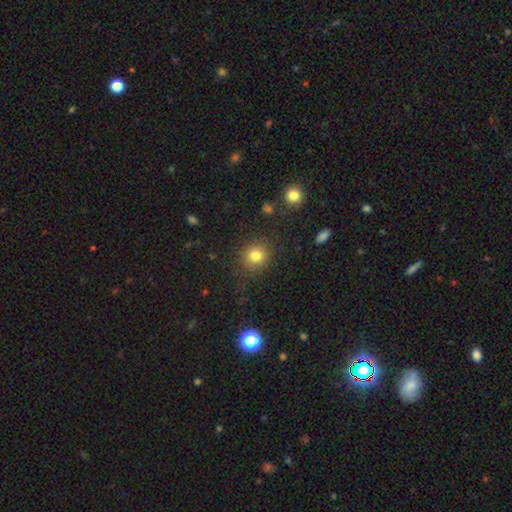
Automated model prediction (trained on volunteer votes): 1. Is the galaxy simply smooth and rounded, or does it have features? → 80% smooth, 14% star or artifact, 6% featured or disk.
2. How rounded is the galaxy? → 87% round, 12% in between, 1% cigar-shaped.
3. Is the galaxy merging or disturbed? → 87% none, 8% minor disturbance, 3% major disturbance, 2% merger.